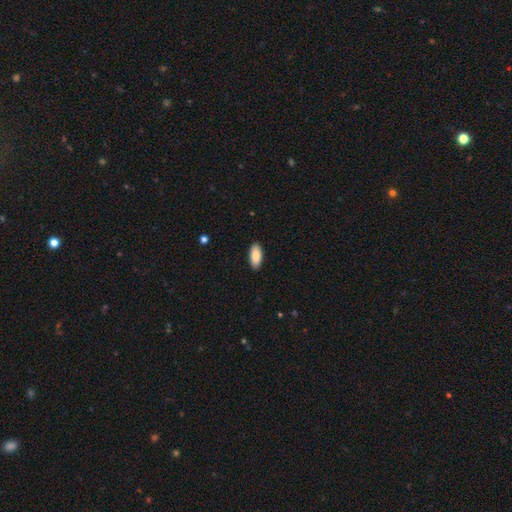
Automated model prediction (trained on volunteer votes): Morphology: type=smooth (88%); roundness=in between (88%); merging=none (90%).